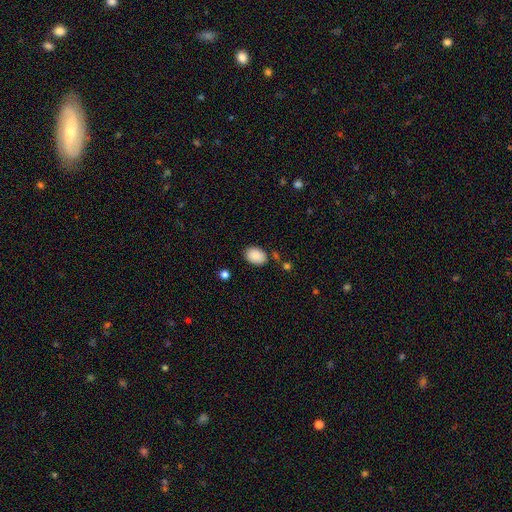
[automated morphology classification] Smooth or featured? smooth (89%)
How rounded? in between (81%)
Merging? none (79%)